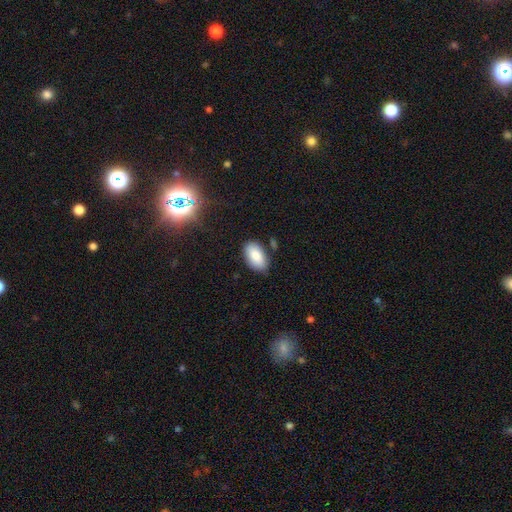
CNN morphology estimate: smooth_or_featured: smooth (p=0.86) [alt: star or artifact p=0.07]
how_rounded: in between (p=0.94) [alt: round p=0.04]
merging: none (p=0.78) [alt: minor disturbance p=0.16]